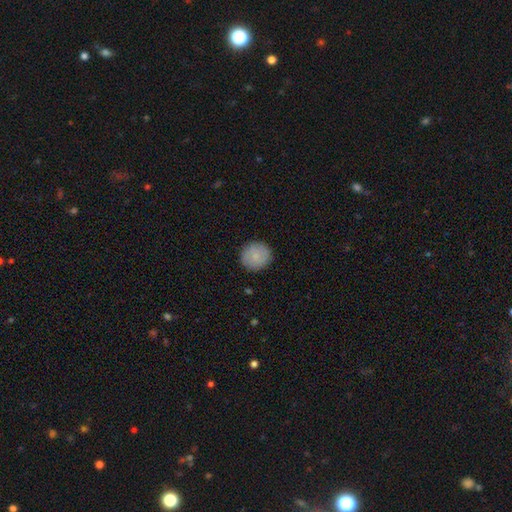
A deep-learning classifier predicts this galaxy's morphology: Overall: smooth (83%). How rounded: round (90%). Merging: none (90%).